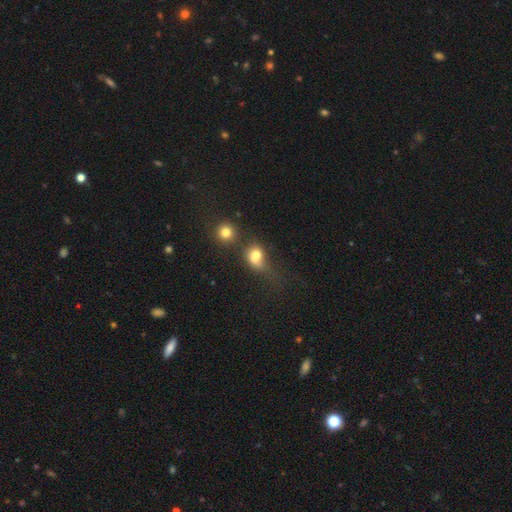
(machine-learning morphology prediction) Q: Smooth or featured?
A: smooth (70%); runner-up: featured or disk (17%)
Q: How rounded?
A: in between (50%); runner-up: round (47%)
Q: Merging?
A: merger (38%); runner-up: none (23%)